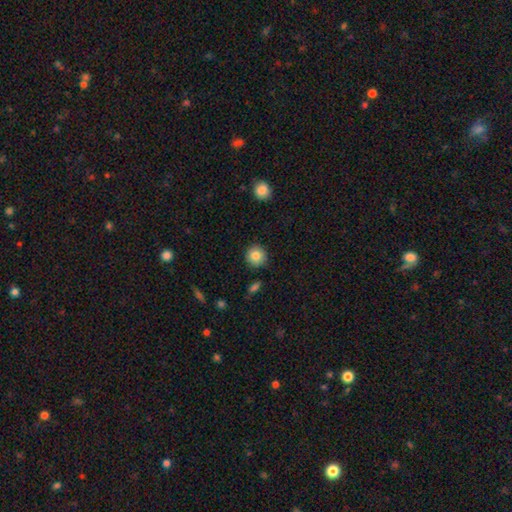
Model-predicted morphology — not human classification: The model was most divided on "smooth or featured": smooth: 84%, star or artifact: 9%, featured or disk: 7%. More confident: how rounded — round (93%); merging — none (89%).